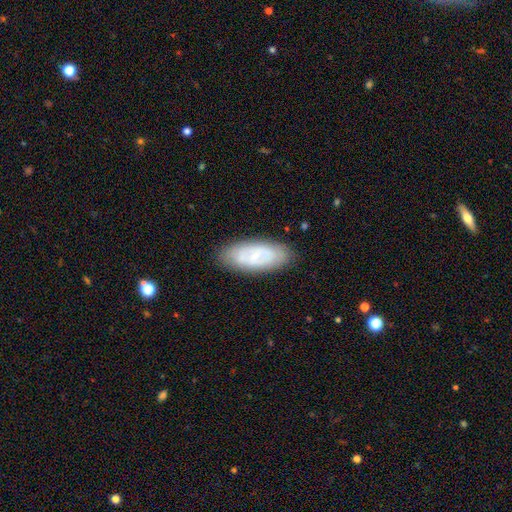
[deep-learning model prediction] A featured or disk galaxy (54%). Merging: none (84%).